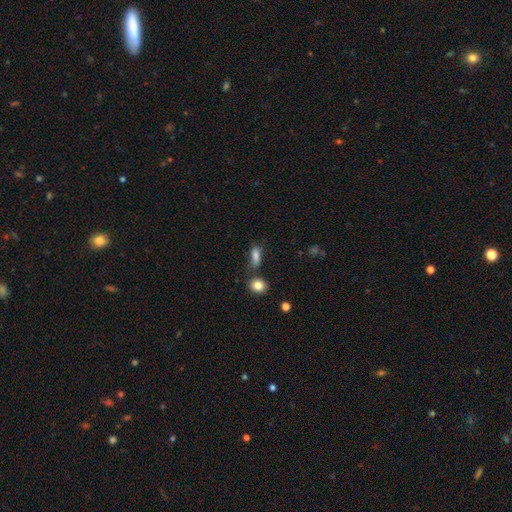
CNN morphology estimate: smooth_or_featured: smooth (p=0.80) [alt: star or artifact p=0.10]
how_rounded: in between (p=0.68) [alt: cigar-shaped p=0.25]
merging: none (p=0.60) [alt: minor disturbance p=0.22]